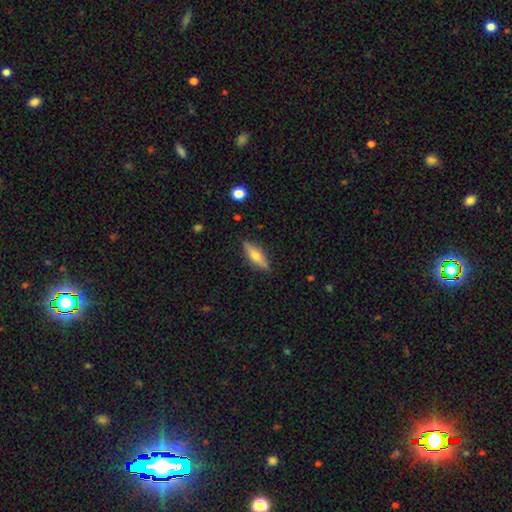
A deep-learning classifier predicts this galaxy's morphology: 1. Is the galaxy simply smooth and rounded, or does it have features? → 51% smooth, 42% featured or disk, 7% star or artifact.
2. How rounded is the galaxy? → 57% cigar-shaped, 40% in between, 3% round.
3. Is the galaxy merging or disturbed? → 87% none, 10% minor disturbance, 2% major disturbance, 1% merger.